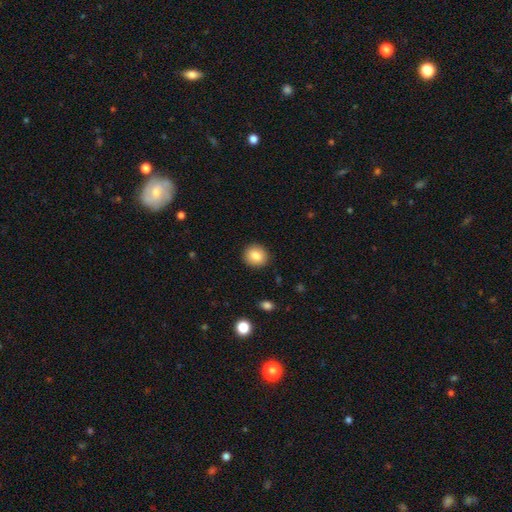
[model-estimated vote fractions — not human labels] This appears to be a smooth galaxy with no disk features (85%) that is round (82%). Merging: none (90%).